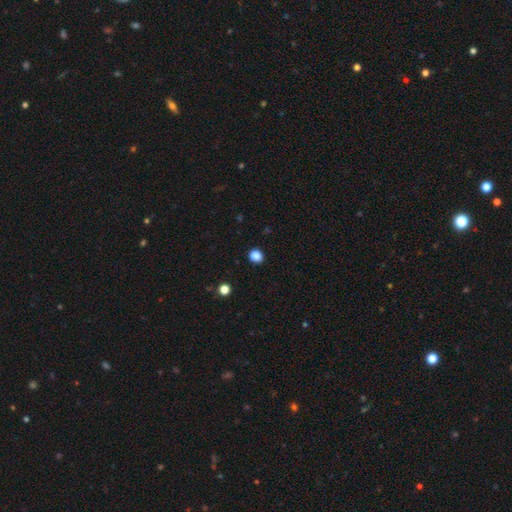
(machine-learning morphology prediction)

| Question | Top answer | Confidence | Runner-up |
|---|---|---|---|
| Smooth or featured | smooth | 86% | star or artifact (11%) |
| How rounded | round | 74% | in between (25%) |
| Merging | none | 91% | minor disturbance (6%) |